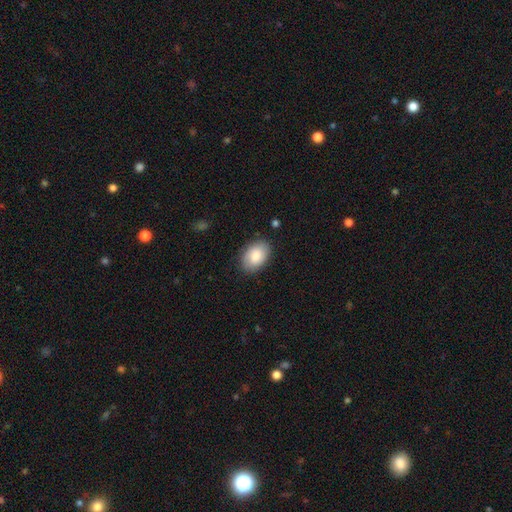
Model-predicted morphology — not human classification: A smooth galaxy with no disk features (84%) that is in between round and cigar-shaped (89%). Merging: none (84%).